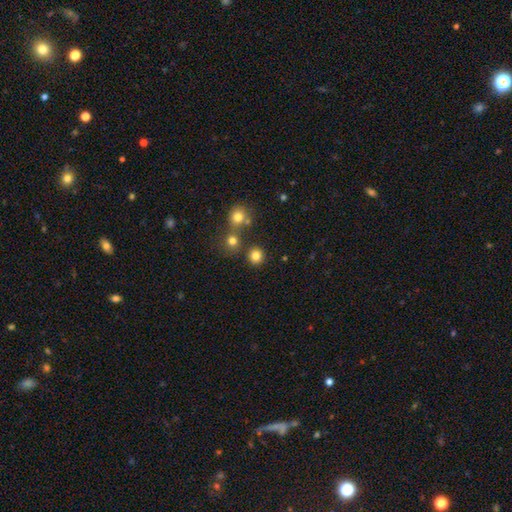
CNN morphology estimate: Q: Smooth or featured?
A: smooth (80%); runner-up: star or artifact (14%)
Q: How rounded?
A: round (93%); runner-up: in between (6%)
Q: Merging?
A: none (83%); runner-up: merger (8%)